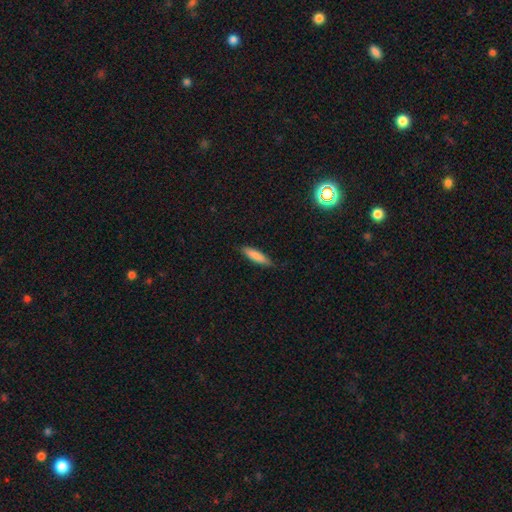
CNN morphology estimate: A smooth galaxy with no disk features (82%) that is cigar-shaped (72%). Merging: none (83%).